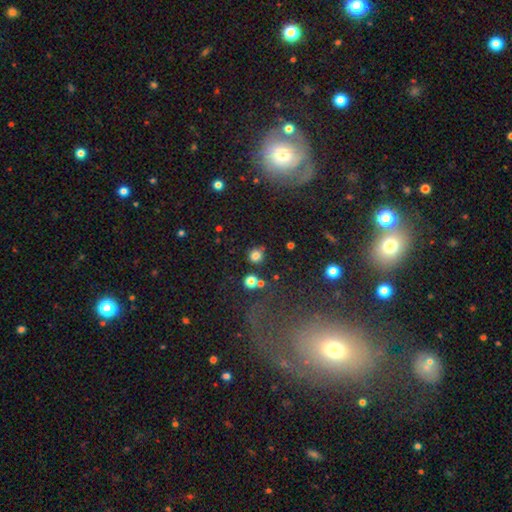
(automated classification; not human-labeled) A smooth galaxy with no disk features (79%) that is round (91%). Merging: none (83%).